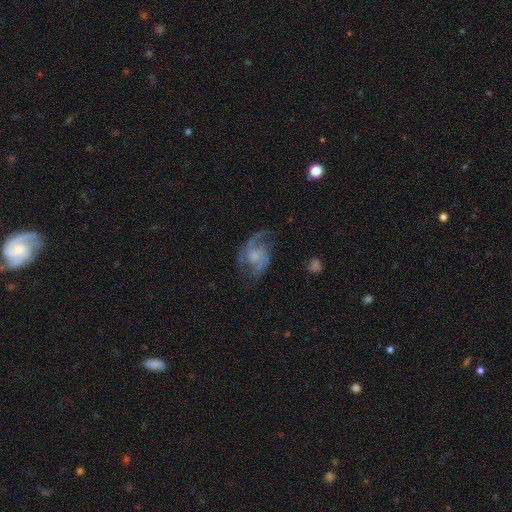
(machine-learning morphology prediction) Smooth or featured?
  - featured or disk: 81% *
  - smooth: 13%
  - star or artifact: 7%
Edge-on disk?
  - no: 98% *
  - yes: 2%
Bar?
  - no: 69% *
  - weak: 27%
  - strong: 4%
Spiral arms?
  - yes: 93% *
  - no: 7%
Spiral winding?
  - medium: 49% *
  - loose: 32%
  - tight: 19%
Spiral arm count?
  - 2: 69% *
  - can't tell: 11%
  - 1: 8%
  - 3: 8%
  - 4: 3%
  - more than 4: 3%
Bulge size?
  - small: 38% *
  - moderate: 34%
  - none: 20%
  - large: 7%
  - dominant: 2%
Merging?
  - none: 57% *
  - minor disturbance: 21%
  - major disturbance: 20%
  - merger: 2%